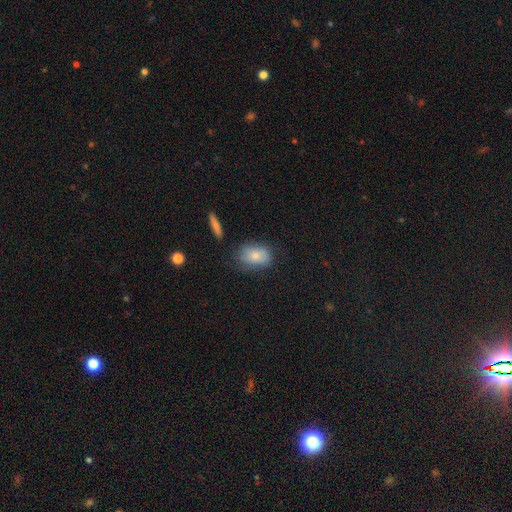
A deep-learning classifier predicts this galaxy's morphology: Smooth or featured? Predicted: smooth (p=0.79). How rounded? Predicted: in between (p=0.83). Merging? Predicted: none (p=0.63).